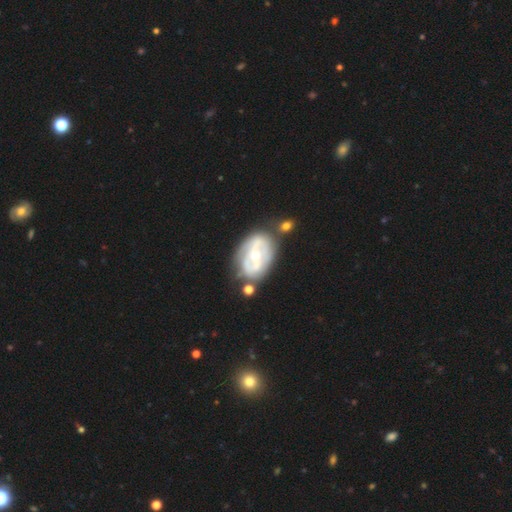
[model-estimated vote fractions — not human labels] Q: Smooth or featured?
A: featured or disk (75%); runner-up: smooth (20%)
Q: Edge-on disk?
A: no (95%); runner-up: yes (5%)
Q: Bar?
A: no (37%); runner-up: weak (33%)
Q: Spiral arms?
A: yes (55%); runner-up: no (45%)
Q: Bulge size?
A: moderate (52%); runner-up: small (44%)
Q: Merging?
A: none (57%); runner-up: minor disturbance (20%)